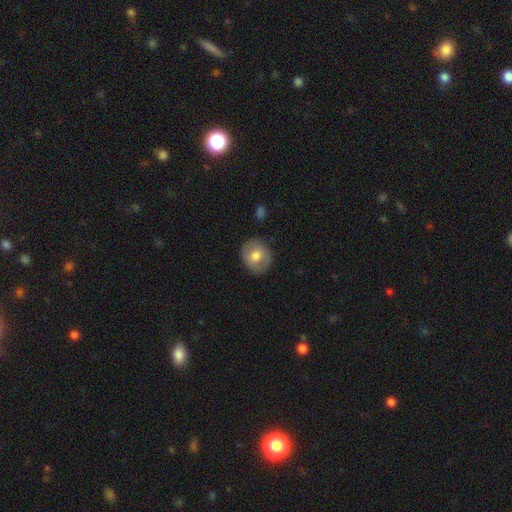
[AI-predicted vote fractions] The model was most divided on "smooth or featured": smooth: 66%, featured or disk: 27%, star or artifact: 7%. More confident: merging — none (86%); how rounded — round (71%).